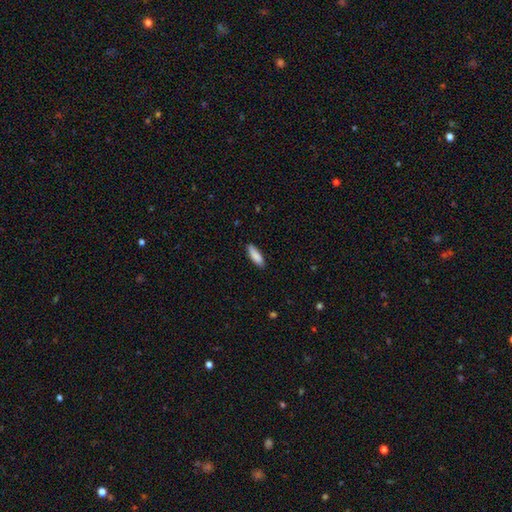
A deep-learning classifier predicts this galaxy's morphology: smooth_or_featured: smooth (p=0.88) [alt: featured or disk p=0.06]
how_rounded: in between (p=0.51) [alt: cigar-shaped p=0.47]
merging: none (p=0.87) [alt: minor disturbance p=0.10]